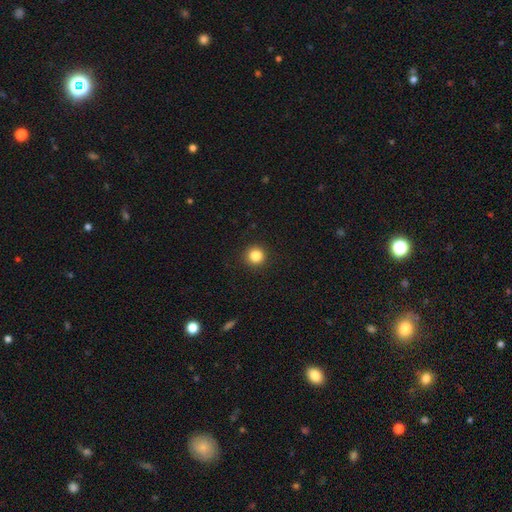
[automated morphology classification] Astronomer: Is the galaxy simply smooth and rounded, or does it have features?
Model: smooth — 84%.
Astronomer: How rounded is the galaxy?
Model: round — 95%.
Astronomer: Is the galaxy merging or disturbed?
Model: none — 92%.